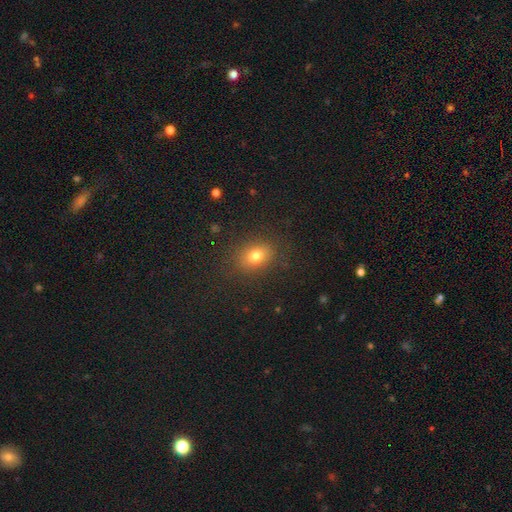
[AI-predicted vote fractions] This appears to be a smooth galaxy with no disk features (77%) that is in between round and cigar-shaped (64%). Merging: none (85%).